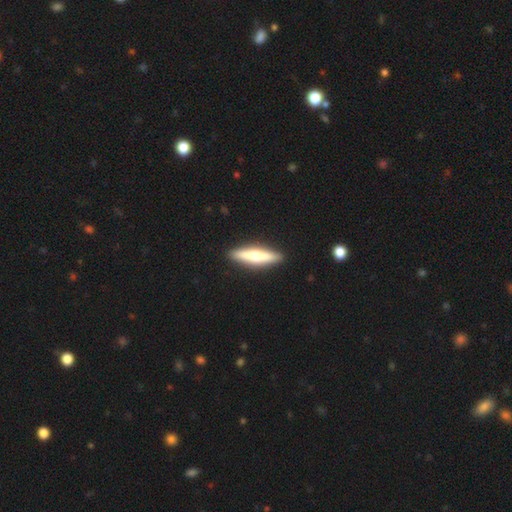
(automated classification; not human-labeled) A smooth galaxy with no disk features (48%).

Vote fractions:
- Smooth or featured? smooth: 48% / featured or disk: 47% / star or artifact: 5%
- Merging? none: 91% / minor disturbance: 6% / major disturbance: 1% / merger: 1%